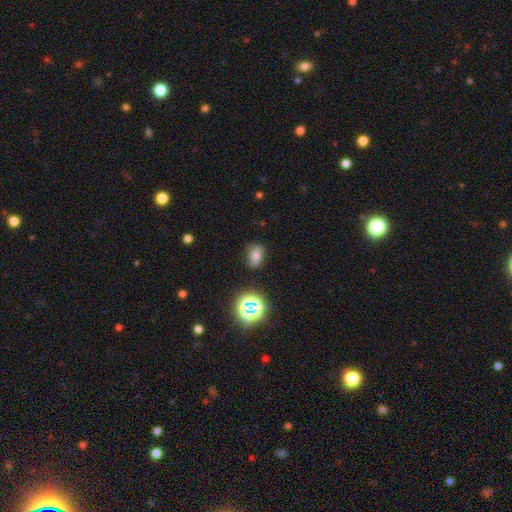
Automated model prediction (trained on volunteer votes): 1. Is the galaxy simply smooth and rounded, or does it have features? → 64% smooth, 22% star or artifact, 14% featured or disk.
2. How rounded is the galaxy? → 79% in between, 19% round, 2% cigar-shaped.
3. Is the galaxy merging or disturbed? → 77% none, 17% minor disturbance, 4% major disturbance, 2% merger.